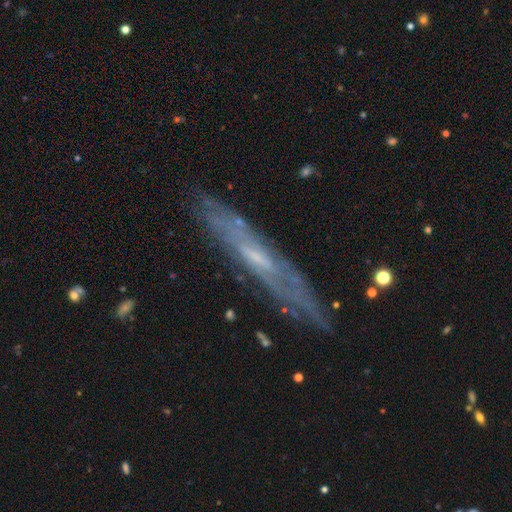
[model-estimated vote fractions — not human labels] Smooth or featured: featured or disk — 71% (smooth — 20%)
Edge-on disk: yes — 67% (no — 33%)
Merging: none — 82% (minor disturbance — 13%)